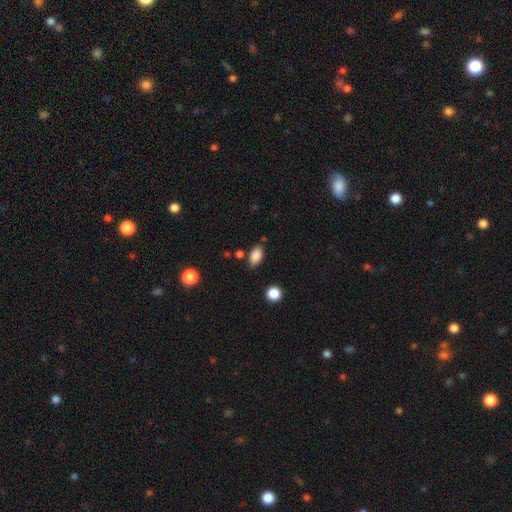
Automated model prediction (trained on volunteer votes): Smooth or featured? smooth (87%)
How rounded? in between (90%)
Merging? none (77%)